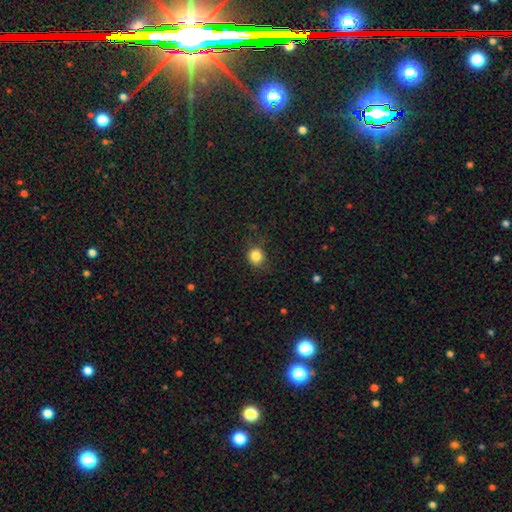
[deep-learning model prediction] Overall: smooth (84%). How rounded: round (83%). Merging: none (80%).